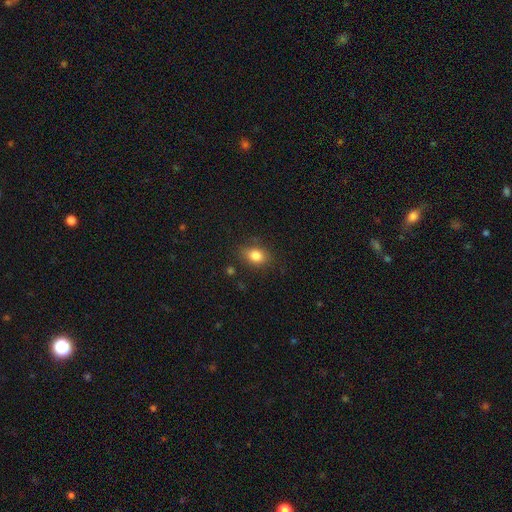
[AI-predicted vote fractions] Smooth or featured?
  - smooth: 83% *
  - star or artifact: 10%
  - featured or disk: 7%
How rounded?
  - in between: 66% *
  - round: 32%
  - cigar-shaped: 1%
Merging?
  - none: 81% *
  - minor disturbance: 14%
  - major disturbance: 4%
  - merger: 2%